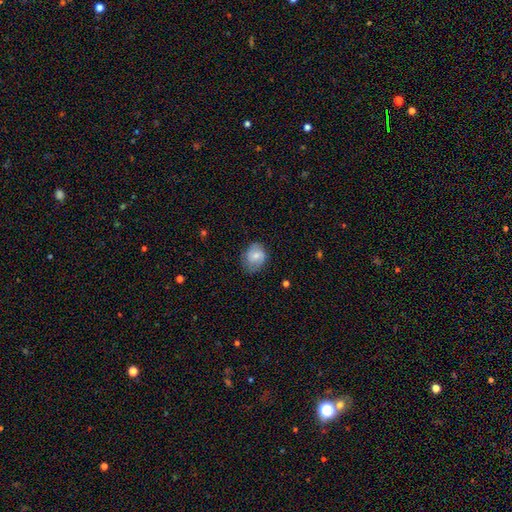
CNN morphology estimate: smooth-or-featured: smooth: 63% | featured or disk: 29% | star or artifact: 7%
  how-rounded: round: 51% | in between: 48% | cigar-shaped: 1%
  merging: none: 64% | minor disturbance: 27% | major disturbance: 8% | merger: 1%